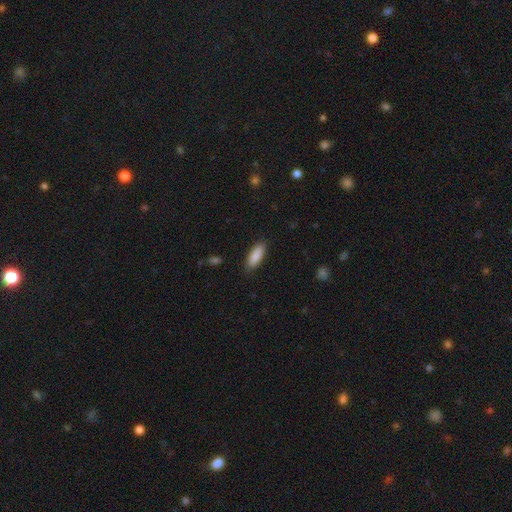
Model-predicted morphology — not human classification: Smooth or featured?
  - smooth: 89% *
  - star or artifact: 6%
  - featured or disk: 5%
How rounded?
  - in between: 71% *
  - cigar-shaped: 27%
  - round: 2%
Merging?
  - none: 87% *
  - minor disturbance: 9%
  - major disturbance: 2%
  - merger: 1%